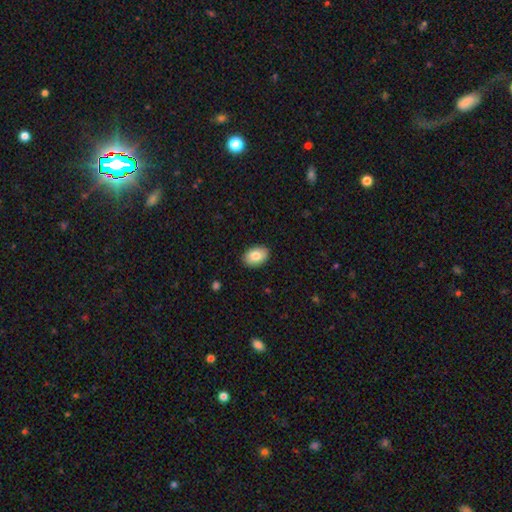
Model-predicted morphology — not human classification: Overall: smooth (83%). How rounded: in between (84%). Merging: none (89%).